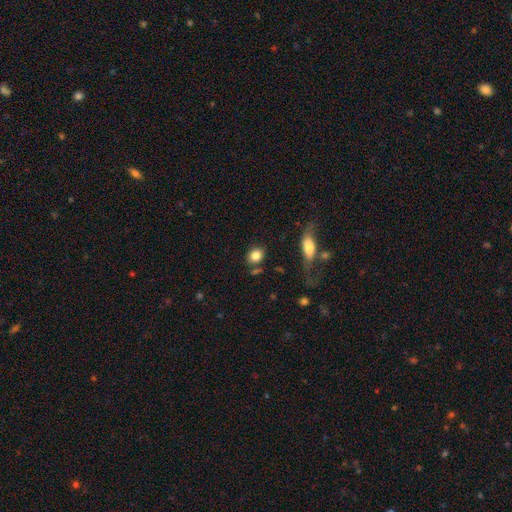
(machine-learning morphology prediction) Smooth or featured? Predicted: smooth (p=0.82). How rounded? Predicted: round (p=0.58). Merging? Predicted: none (p=0.77).